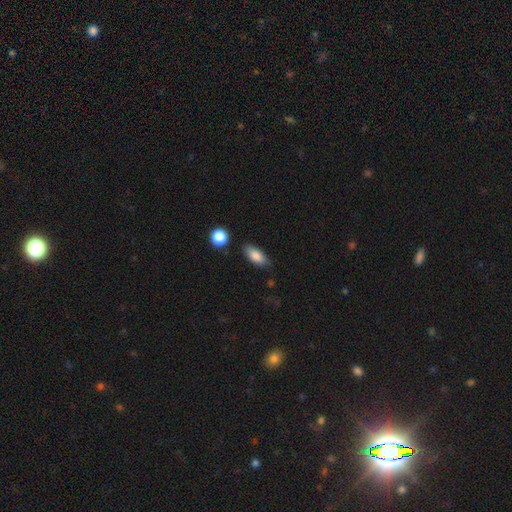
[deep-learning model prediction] Q: Smooth or featured?
A: smooth (84%); runner-up: featured or disk (9%)
Q: How rounded?
A: in between (83%); runner-up: cigar-shaped (13%)
Q: Merging?
A: none (79%); runner-up: minor disturbance (14%)